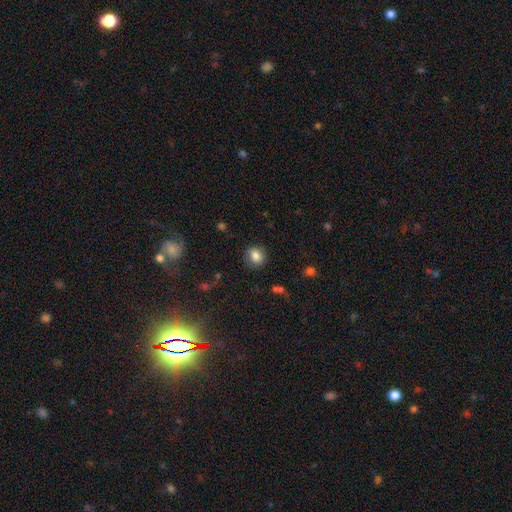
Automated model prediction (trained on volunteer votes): smooth 85%, star or artifact 9%, featured or disk 6%. Down the decision tree: how rounded — round (73%); merging — none (86%).